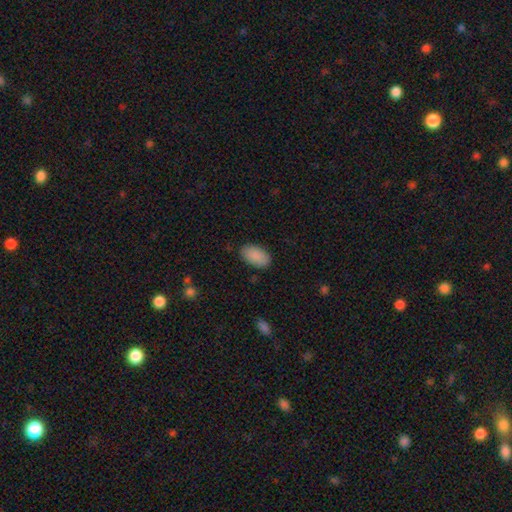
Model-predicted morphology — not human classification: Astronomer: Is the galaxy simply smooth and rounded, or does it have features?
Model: smooth — 89%.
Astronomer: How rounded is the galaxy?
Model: in between — 95%.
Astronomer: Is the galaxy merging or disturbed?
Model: none — 86%.